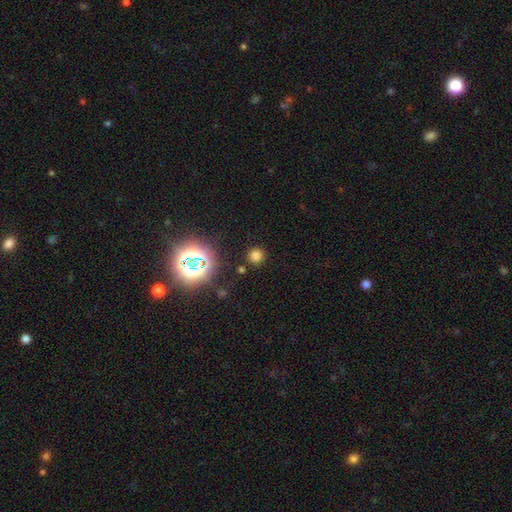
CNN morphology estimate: type=smooth (70%); roundness=round (93%); merging=none (88%).